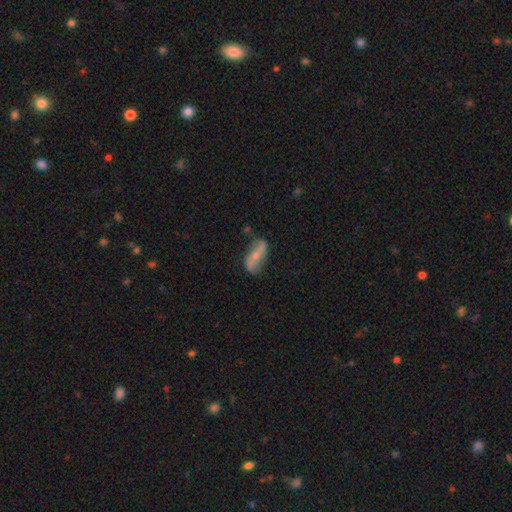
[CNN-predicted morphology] featured or disk 65%, smooth 28%, star or artifact 7%. Down the decision tree: edge-on disk — no (87%); bar — strong (44%); spiral arms — yes (75%); bulge size — small (55%); merging — none (64%).